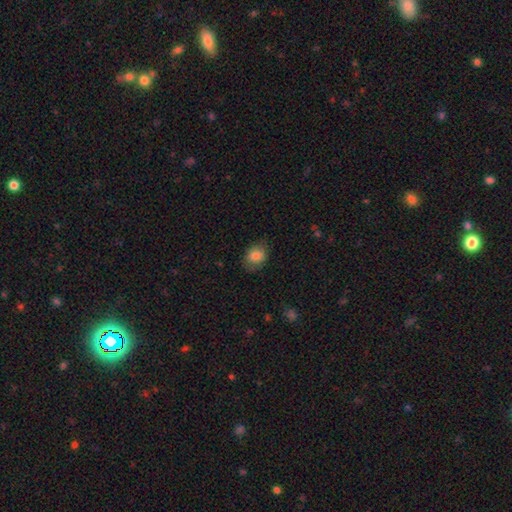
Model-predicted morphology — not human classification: Smooth or featured?
  - smooth: 83% *
  - star or artifact: 9%
  - featured or disk: 8%
How rounded?
  - in between: 58% *
  - round: 41%
  - cigar-shaped: 1%
Merging?
  - none: 75% *
  - minor disturbance: 19%
  - major disturbance: 5%
  - merger: 1%